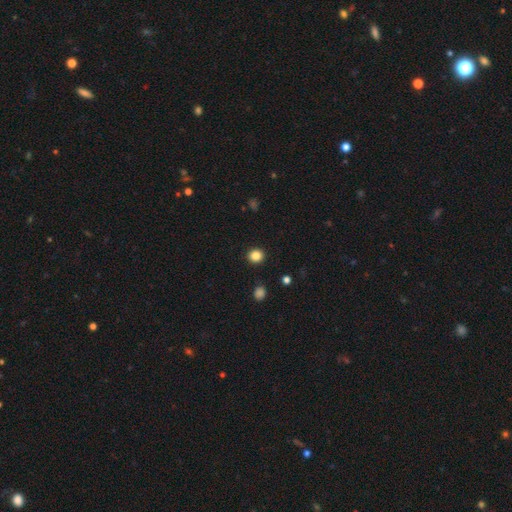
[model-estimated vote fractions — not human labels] Morphology: type=smooth (85%); roundness=round (88%); merging=none (92%).